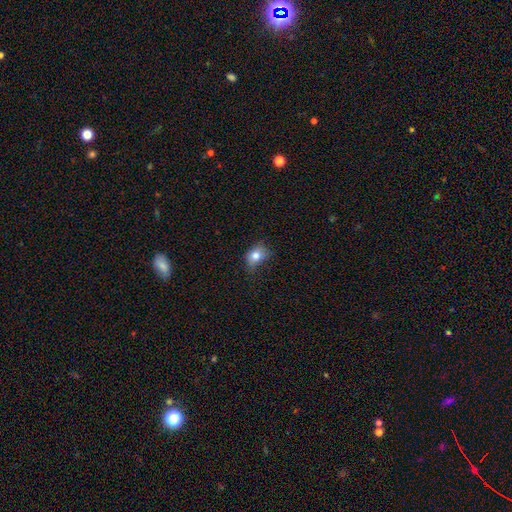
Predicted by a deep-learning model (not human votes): Smooth or featured? smooth (77%)
How rounded? in between (62%)
Merging? none (46%)